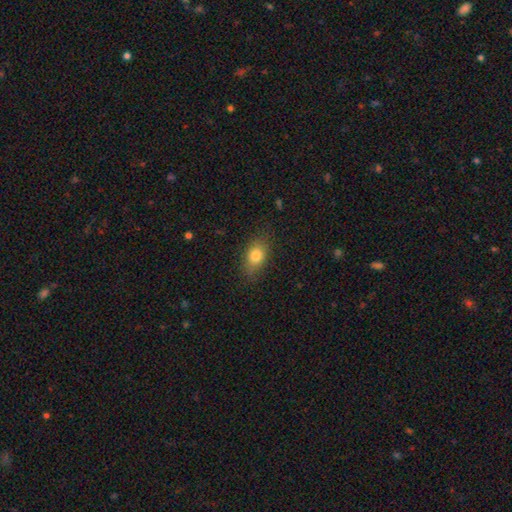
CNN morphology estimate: smooth-or-featured: smooth: 80% | featured or disk: 10% | star or artifact: 9%
  how-rounded: in between: 77% | round: 19% | cigar-shaped: 4%
  merging: none: 79% | minor disturbance: 16% | major disturbance: 5% | merger: 1%